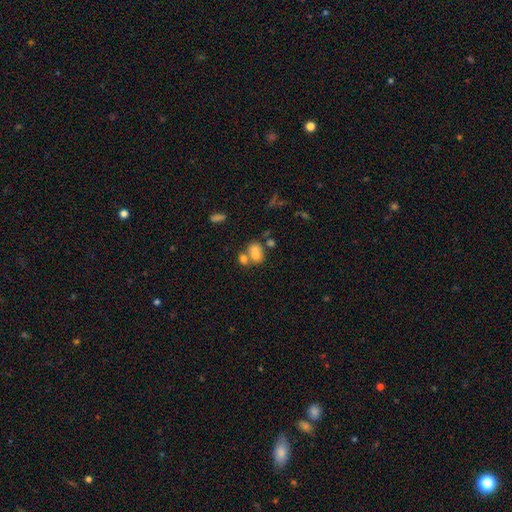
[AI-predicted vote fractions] Morphology: type=smooth (70%); roundness=in between (64%); merging=merger (54%).